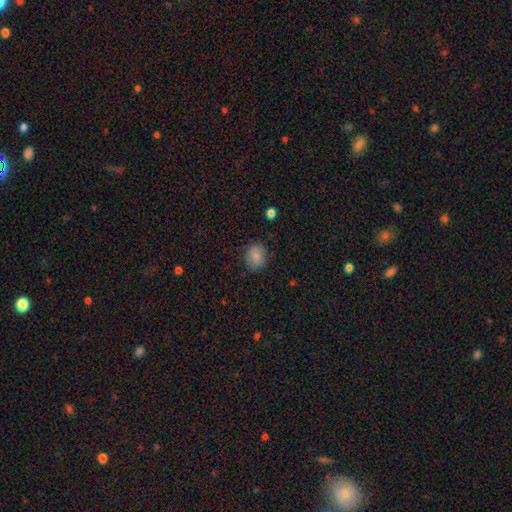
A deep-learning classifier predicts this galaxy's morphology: smooth 83%, star or artifact 9%, featured or disk 8%. Down the decision tree: how rounded — round (53%); merging — none (82%).